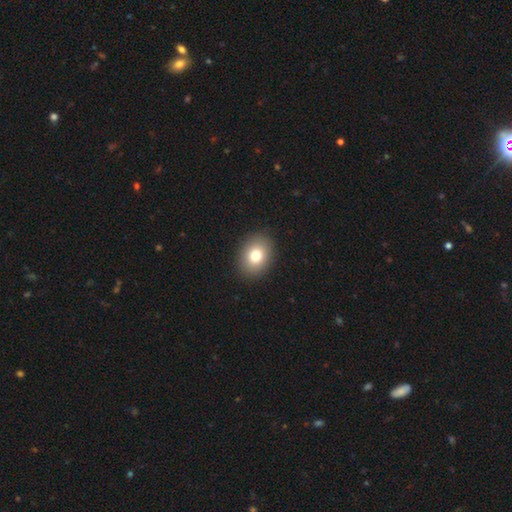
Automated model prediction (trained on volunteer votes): This appears to be a smooth galaxy with no disk features (77%) that is in between round and cigar-shaped (56%). Merging: none (90%).